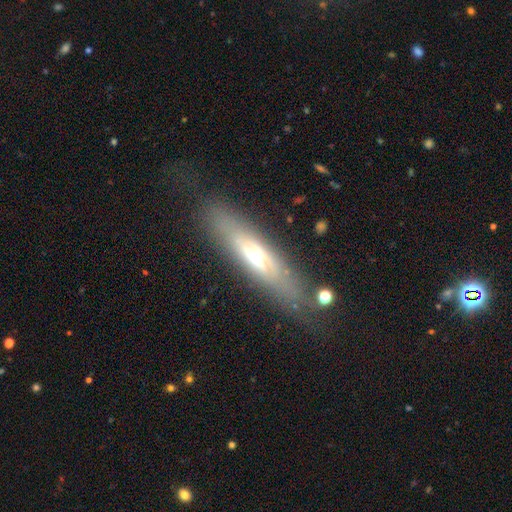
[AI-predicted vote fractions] featured or disk 61%, smooth 31%, star or artifact 8%. Down the decision tree: edge-on disk — yes (62%); merging — none (72%).